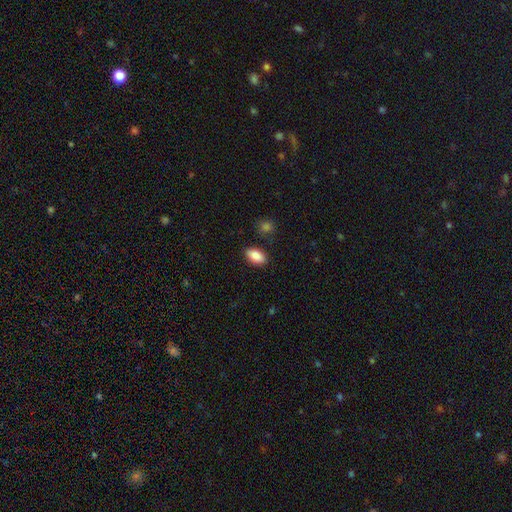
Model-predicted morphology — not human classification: smooth 87%, star or artifact 7%, featured or disk 6%. Down the decision tree: how rounded — in between (91%); merging — none (86%).